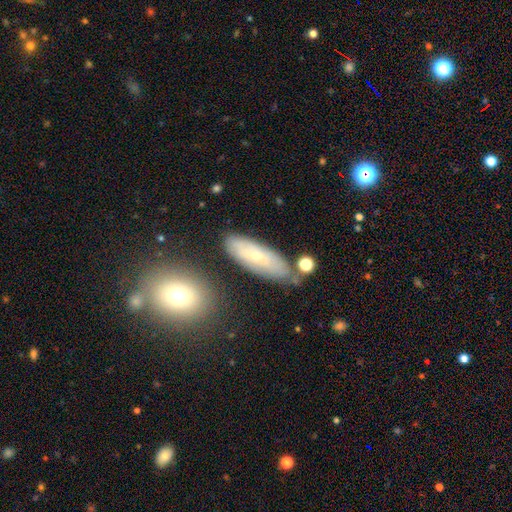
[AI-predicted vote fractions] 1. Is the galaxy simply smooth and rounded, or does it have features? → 49% smooth, 43% featured or disk, 8% star or artifact.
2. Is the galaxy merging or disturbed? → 74% none, 17% minor disturbance, 5% merger, 4% major disturbance.